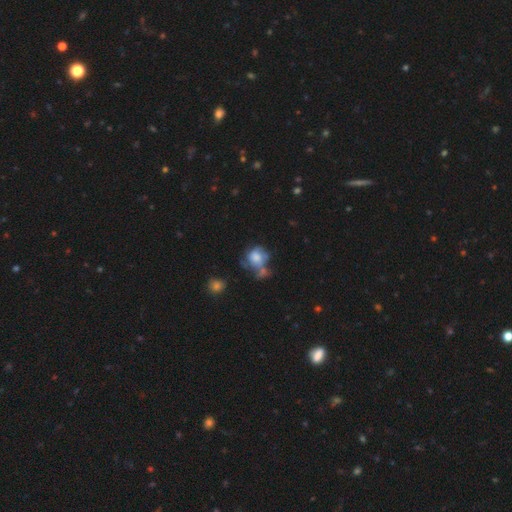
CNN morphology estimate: Q: Smooth or featured?
A: smooth (52%); runner-up: featured or disk (32%)
Q: How rounded?
A: round (70%); runner-up: in between (28%)
Q: Merging?
A: none (36%); runner-up: merger (24%)